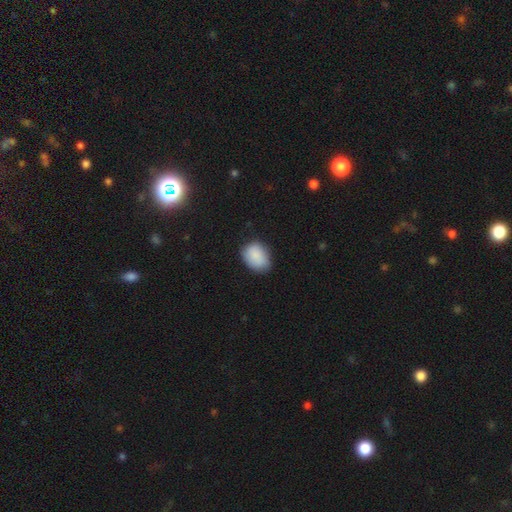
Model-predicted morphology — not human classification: type=smooth (87%); roundness=in between (69%); merging=none (69%).